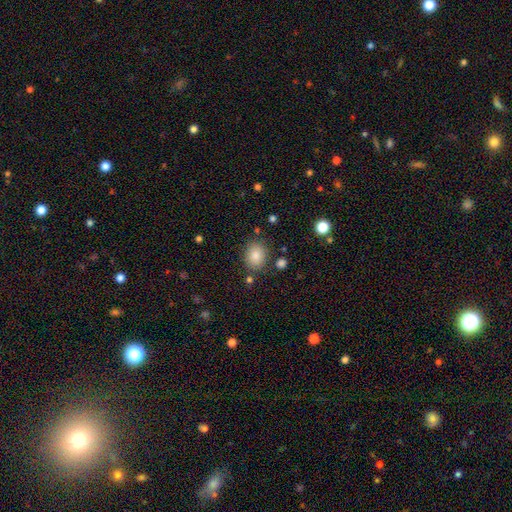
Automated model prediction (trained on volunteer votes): This is clearly a smooth galaxy (85%). How rounded: possibly round (51%). Merging: clearly none (81%).